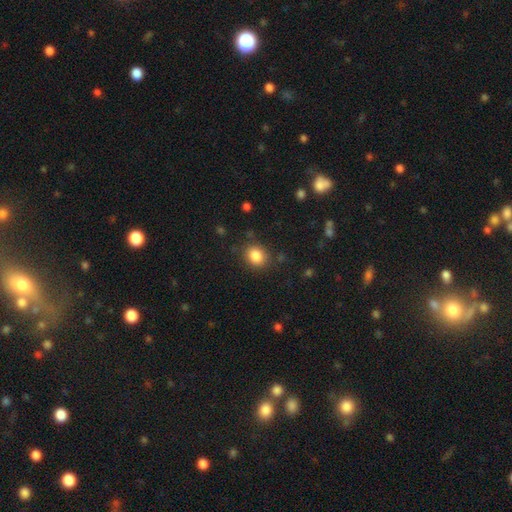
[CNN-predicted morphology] Overall: smooth (84%). How rounded: round (59%; in between 40%). Merging: none (83%).